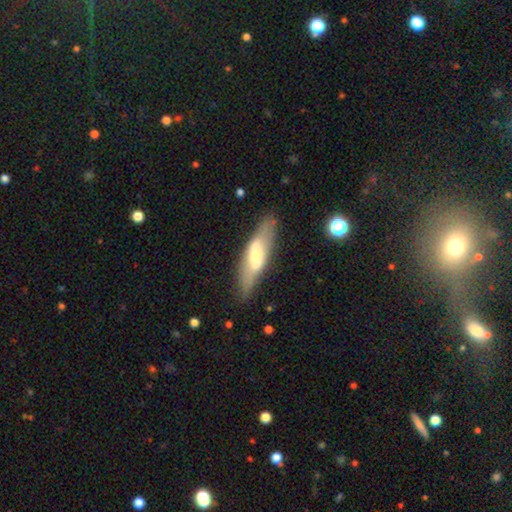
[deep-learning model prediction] smooth-or-featured: smooth: 48% | featured or disk: 45% | star or artifact: 6%
  merging: none: 79% | minor disturbance: 15% | major disturbance: 4% | merger: 2%